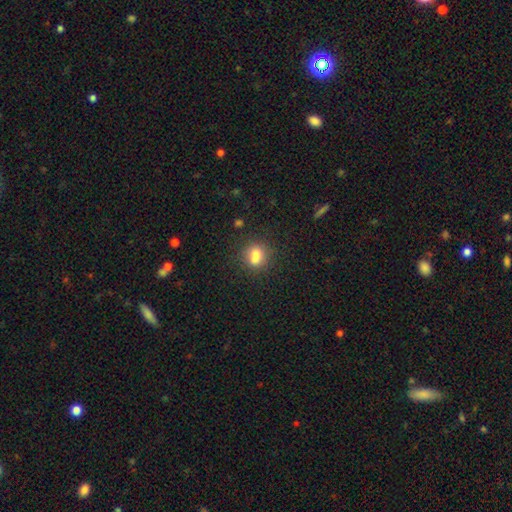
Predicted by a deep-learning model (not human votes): The model was most divided on "how rounded": in between: 49%, round: 47%, cigar-shaped: 4%. More confident: smooth or featured — smooth (80%); merging — none (76%).